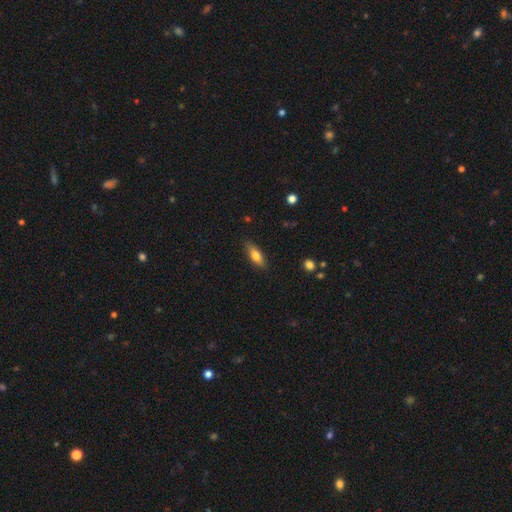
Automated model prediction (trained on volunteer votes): Smooth or featured? smooth (66%)
How rounded? in between (55%)
Merging? none (85%)